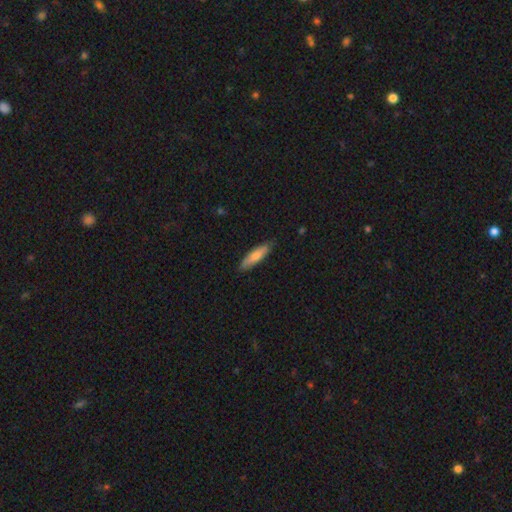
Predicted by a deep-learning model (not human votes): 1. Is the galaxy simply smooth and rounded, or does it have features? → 74% smooth, 20% featured or disk, 5% star or artifact.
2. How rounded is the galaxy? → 66% cigar-shaped, 33% in between, 2% round.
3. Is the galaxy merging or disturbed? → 85% none, 12% minor disturbance, 2% major disturbance, 1% merger.